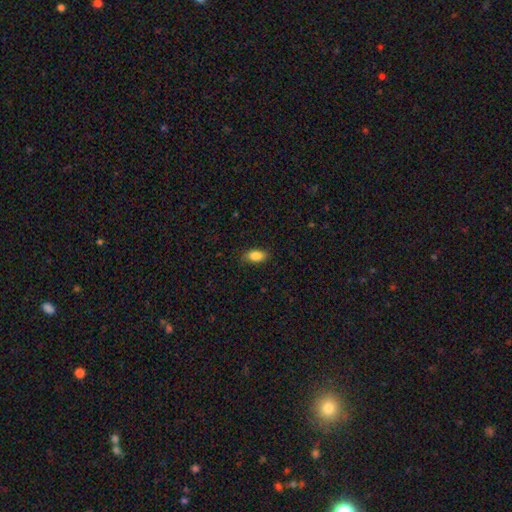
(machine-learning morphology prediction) smooth 87%, star or artifact 8%, featured or disk 5%. Down the decision tree: how rounded — in between (89%); merging — none (82%).